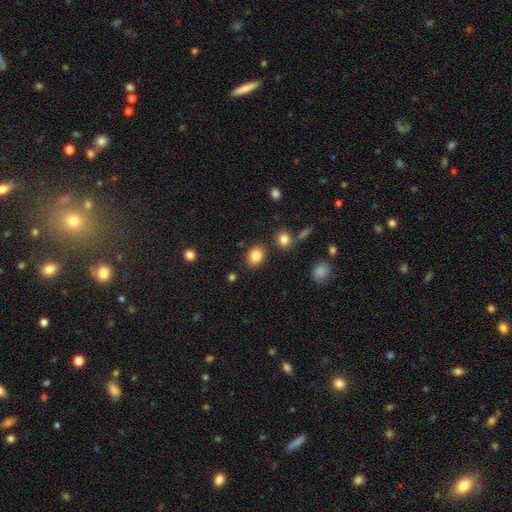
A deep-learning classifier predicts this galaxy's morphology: Smooth or featured?
  - smooth: 84% *
  - star or artifact: 10%
  - featured or disk: 6%
How rounded?
  - round: 52% *
  - in between: 47%
  - cigar-shaped: 1%
Merging?
  - none: 84% *
  - minor disturbance: 9%
  - merger: 4%
  - major disturbance: 3%